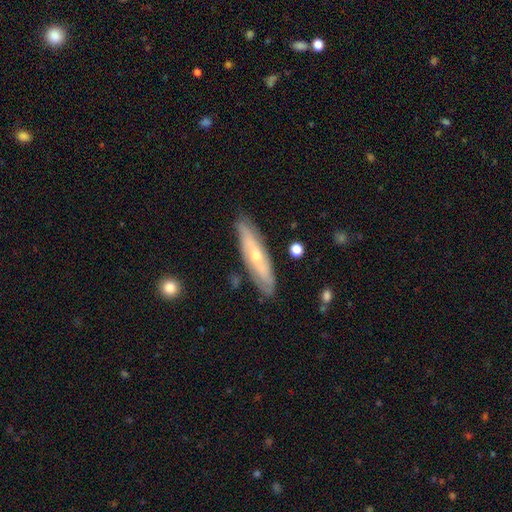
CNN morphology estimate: smooth_or_featured: featured or disk (p=0.67) [alt: smooth p=0.27]
disk_edge_on: no (p=0.57) [alt: yes p=0.43]
merging: none (p=0.82) [alt: minor disturbance p=0.14]